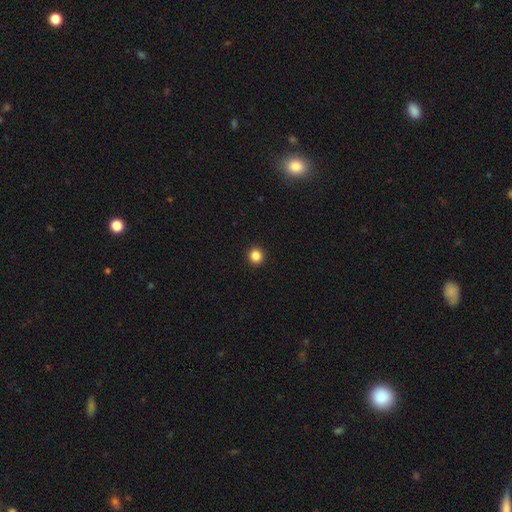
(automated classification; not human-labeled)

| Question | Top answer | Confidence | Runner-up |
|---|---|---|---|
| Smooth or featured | smooth | 85% | star or artifact (12%) |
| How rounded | round | 95% | in between (4%) |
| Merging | none | 94% | minor disturbance (4%) |